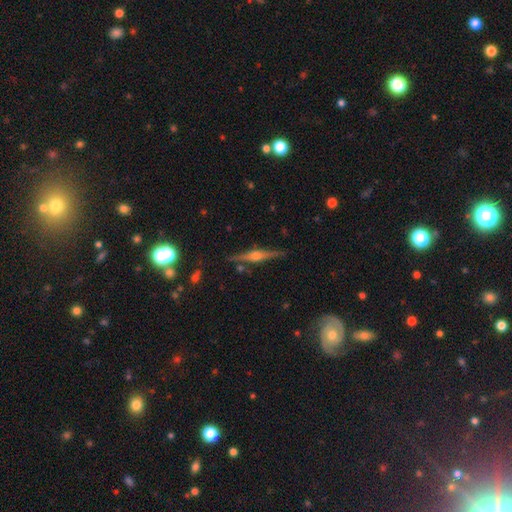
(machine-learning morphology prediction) Smooth or featured? featured or disk (83%)
Edge-on disk? yes (98%)
Edge-on bulge? rounded (89%)
Merging? none (87%)